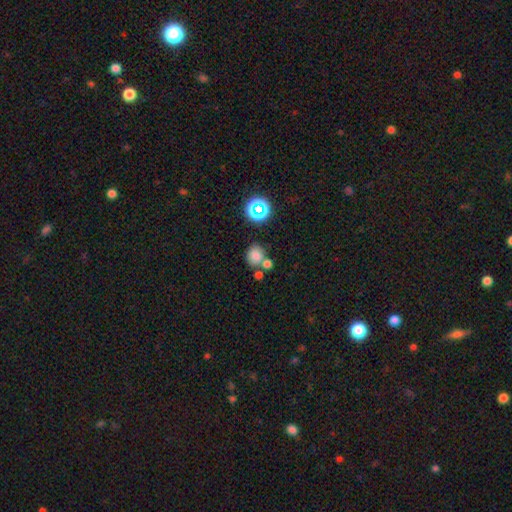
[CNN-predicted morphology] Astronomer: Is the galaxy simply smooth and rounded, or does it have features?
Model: smooth — 76%.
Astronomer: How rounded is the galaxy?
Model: round — 73%.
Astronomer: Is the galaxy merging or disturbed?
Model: none — 55%.